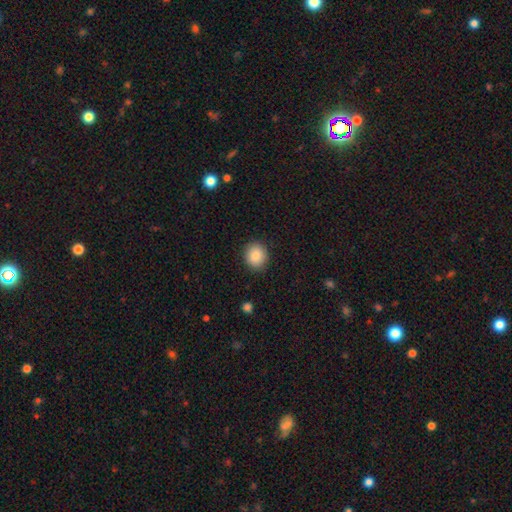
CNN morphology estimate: Q: Smooth or featured?
A: smooth (86%); runner-up: star or artifact (8%)
Q: How rounded?
A: round (76%); runner-up: in between (23%)
Q: Merging?
A: none (89%); runner-up: minor disturbance (8%)